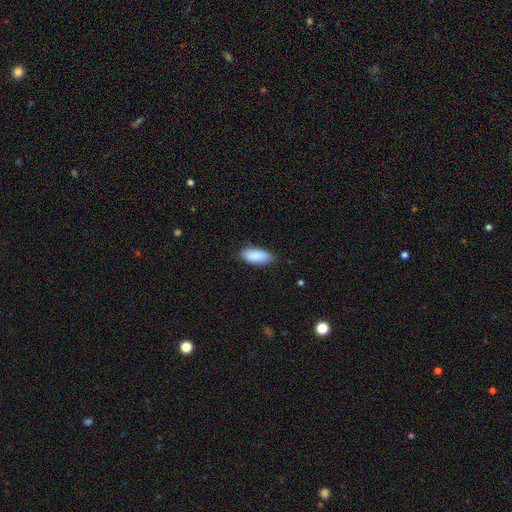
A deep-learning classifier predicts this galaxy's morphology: Overall: smooth (90%). How rounded: in between (85%). Merging: none (80%).